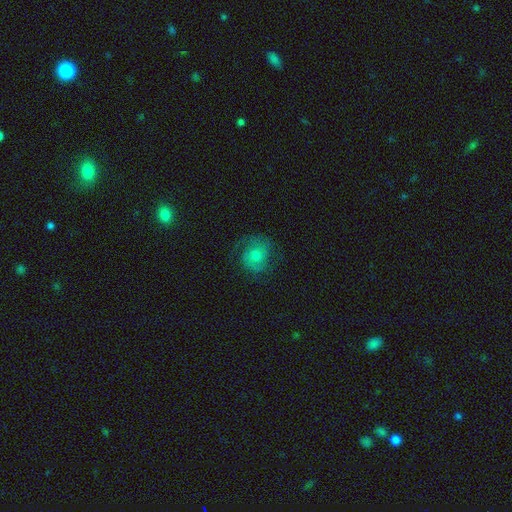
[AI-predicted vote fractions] Smooth or featured? Predicted: featured or disk (p=0.62). Edge-on disk? Predicted: no (p=0.97). Bar? Predicted: no (p=0.73). Spiral arms? Predicted: yes (p=0.91). Spiral winding? Predicted: medium (p=0.45). Spiral arm count? Predicted: 2 (p=0.71). Bulge size? Predicted: moderate (p=0.55). Merging? Predicted: none (p=0.71).